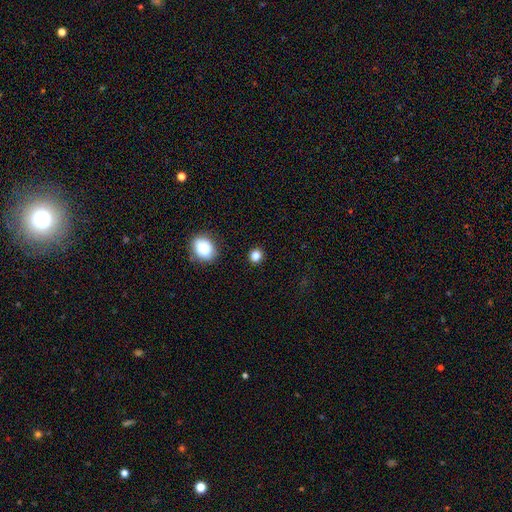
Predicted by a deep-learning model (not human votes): Q: Smooth or featured?
A: smooth (84%); runner-up: star or artifact (12%)
Q: How rounded?
A: round (82%); runner-up: in between (17%)
Q: Merging?
A: none (89%); runner-up: minor disturbance (7%)